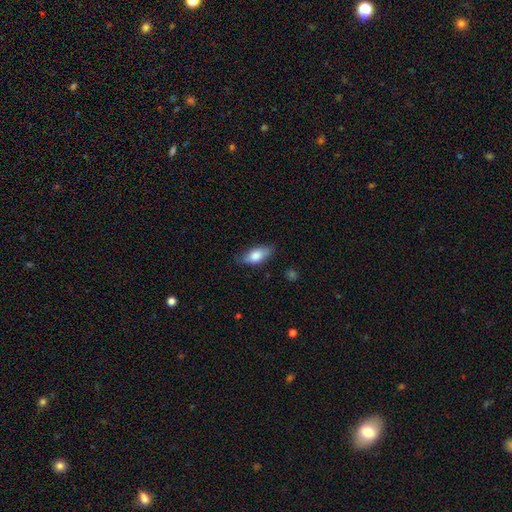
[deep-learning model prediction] A smooth galaxy with no disk features (80%) that is in between round and cigar-shaped (85%).

Vote fractions:
- Smooth or featured? smooth: 80% / featured or disk: 14% / star or artifact: 6%
- How rounded? in between: 85% / cigar-shaped: 11% / round: 3%
- Merging? none: 78% / minor disturbance: 18% / major disturbance: 3% / merger: 1%